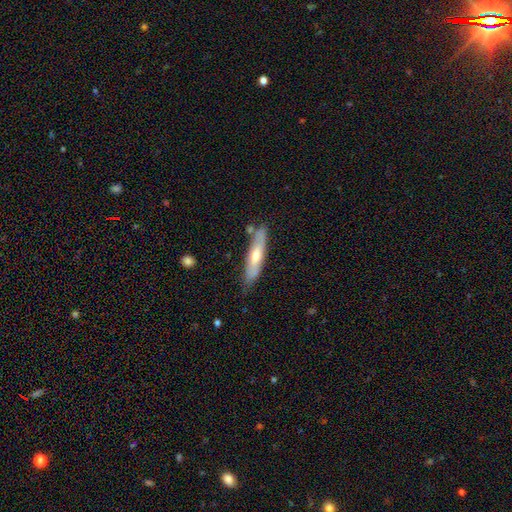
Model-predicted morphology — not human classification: A smooth galaxy with no disk features (50%) that is cigar-shaped (76%).

Vote fractions:
- Smooth or featured? smooth: 50% / featured or disk: 44% / star or artifact: 6%
- How rounded? cigar-shaped: 76% / in between: 23% / round: 2%
- Merging? none: 73% / minor disturbance: 18% / merger: 5% / major disturbance: 3%